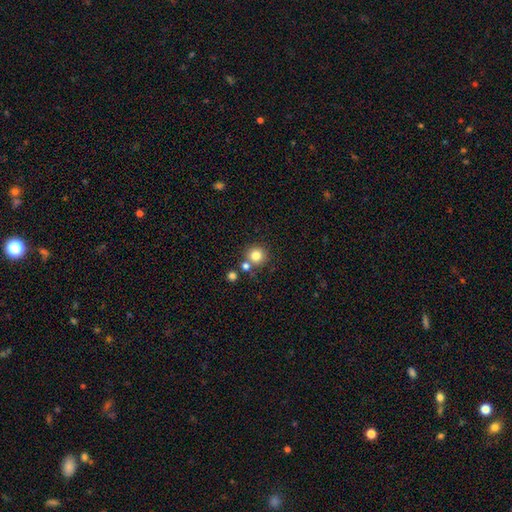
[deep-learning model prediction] Q: Smooth or featured?
A: smooth (81%); runner-up: star or artifact (12%)
Q: How rounded?
A: round (93%); runner-up: in between (6%)
Q: Merging?
A: none (73%); runner-up: merger (16%)